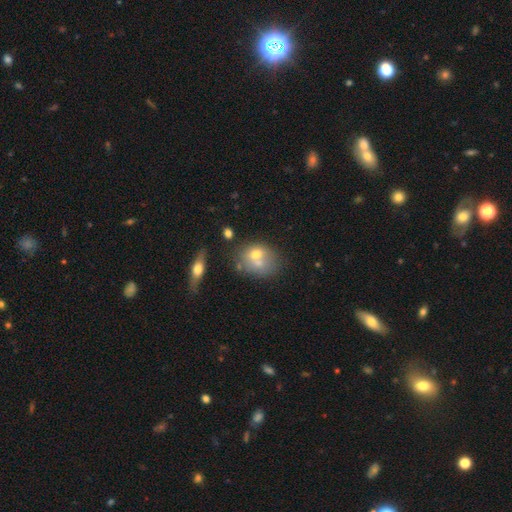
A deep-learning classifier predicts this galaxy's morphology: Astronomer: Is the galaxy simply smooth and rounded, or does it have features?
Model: smooth — 60%.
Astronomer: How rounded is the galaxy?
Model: round — 51% (runner-up: in between, 47%).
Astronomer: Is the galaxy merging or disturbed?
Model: merger — 43% (runner-up: none, 34%).